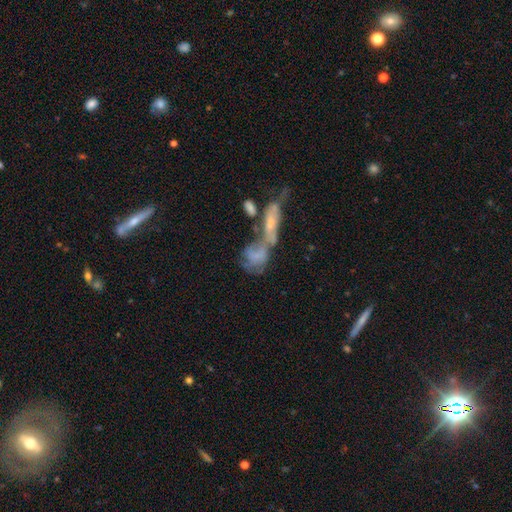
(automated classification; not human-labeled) A smooth galaxy with no disk features (48%). Merging: merger (59%).